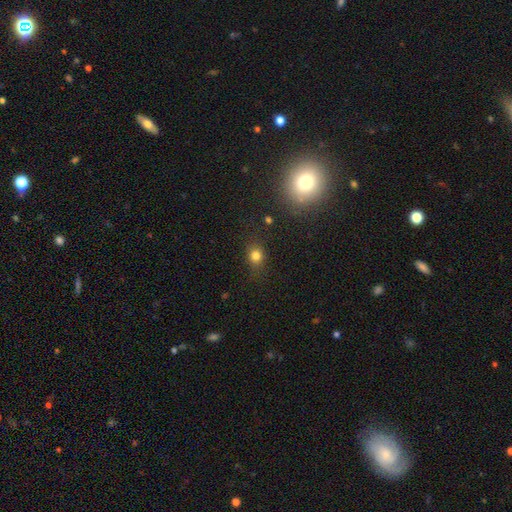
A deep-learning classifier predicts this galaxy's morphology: A smooth galaxy with no disk features (76%) that is round (68%). Merging: none (79%).